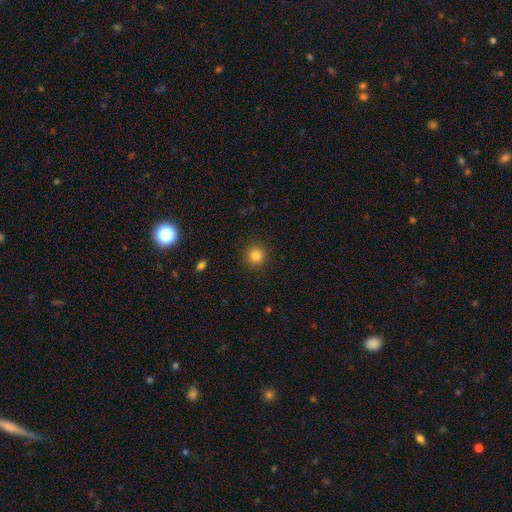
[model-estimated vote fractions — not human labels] This appears to be a smooth galaxy with no disk features (84%) that is round (93%). Merging: none (91%).